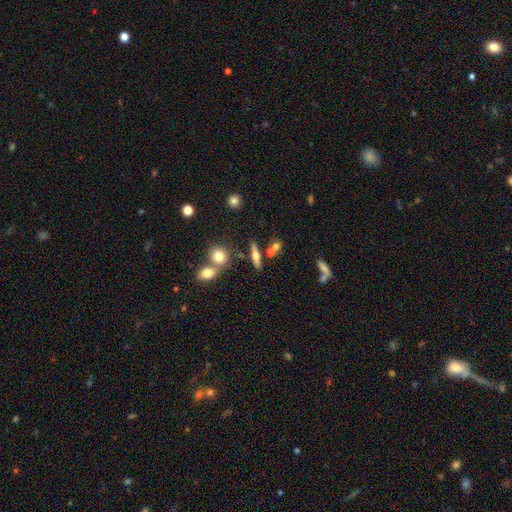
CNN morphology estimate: Smooth or featured?
  - featured or disk: 45% *
  - smooth: 44%
  - star or artifact: 10%
Merging?
  - none: 68% *
  - merger: 18%
  - minor disturbance: 10%
  - major disturbance: 4%